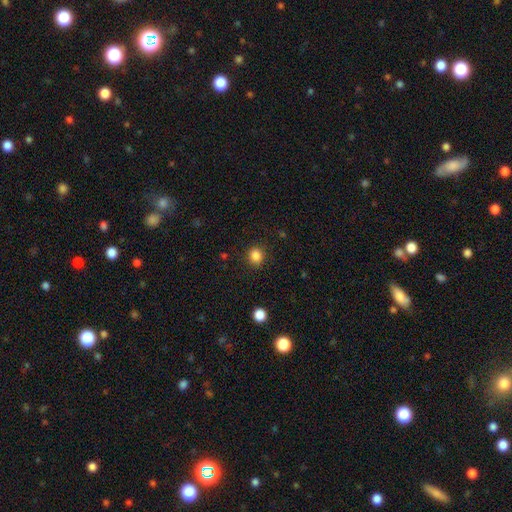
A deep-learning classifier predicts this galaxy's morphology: Q: Smooth or featured?
A: smooth (85%); runner-up: star or artifact (11%)
Q: How rounded?
A: round (77%); runner-up: in between (22%)
Q: Merging?
A: none (88%); runner-up: minor disturbance (8%)